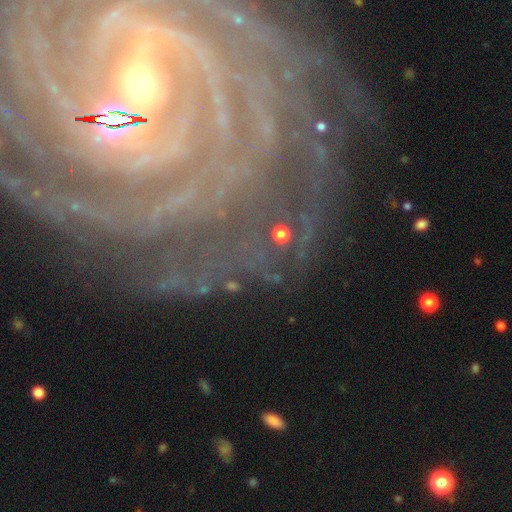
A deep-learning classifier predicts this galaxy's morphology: smooth-or-featured: featured or disk: 77% | star or artifact: 14% | smooth: 9%
  disk-edge-on: no: 94% | yes: 6%
    bar: no: 38% | strong: 34% | weak: 28%
    has-spiral-arms: yes: 94% | no: 6%
      spiral-winding: tight: 77% | medium: 17% | loose: 5%
      spiral-arm-count: can't tell: 27% | 3: 16% | more than 4: 16% | 2: 15% | 4: 14% | 1: 11%
    bulge-size: small: 56% | moderate: 28% | large: 7% | none: 6% | dominant: 3%
  merging: none: 73% | minor disturbance: 14% | major disturbance: 9% | merger: 3%